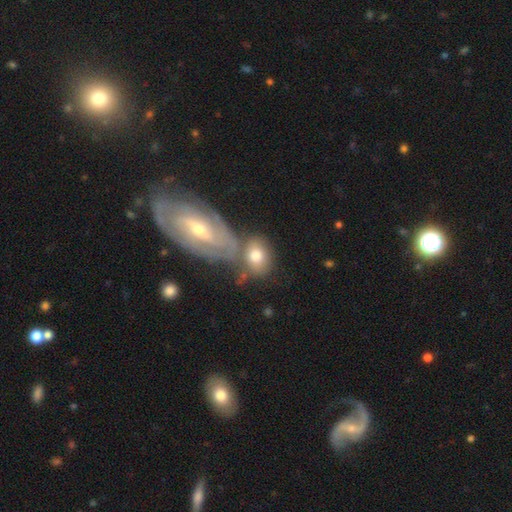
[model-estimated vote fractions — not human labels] The model was most divided on "merging": none: 42%, merger: 37%, minor disturbance: 14%, major disturbance: 7%. More confident: smooth or featured — smooth (65%); how rounded — in between (63%).